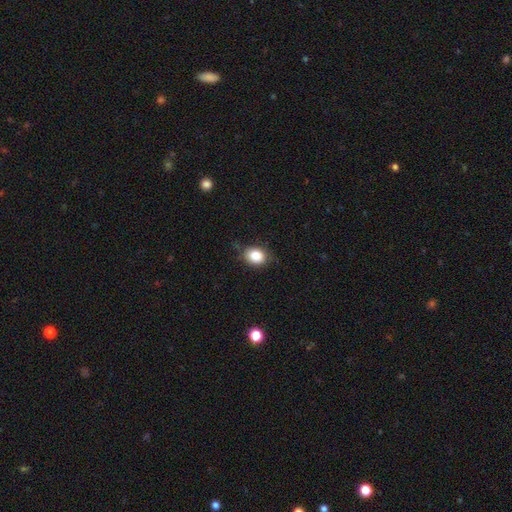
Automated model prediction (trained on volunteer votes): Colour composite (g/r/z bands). It shows a smooth galaxy with no disk features (85%) that is in between round and cigar-shaped (53%). Merging: none (74%).